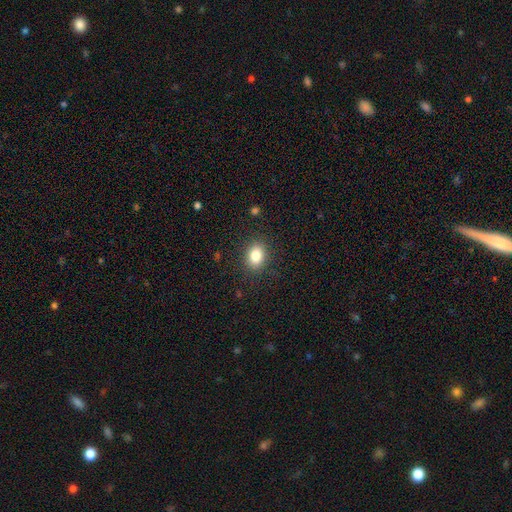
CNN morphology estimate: Smooth or featured: smooth — 83% (star or artifact — 10%)
How rounded: in between — 65% (round — 34%)
Merging: none — 87% (minor disturbance — 9%)